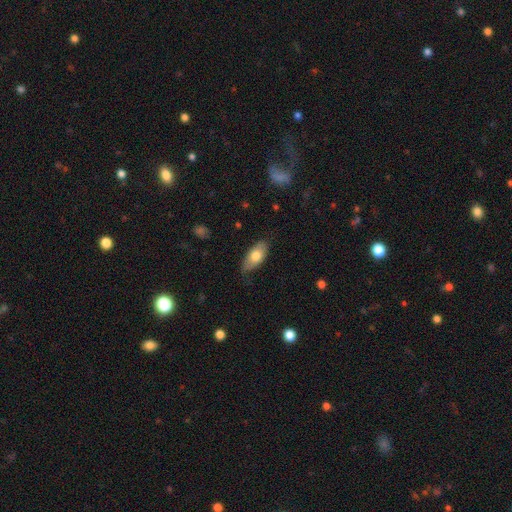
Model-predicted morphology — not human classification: The model was most divided on "smooth or featured": smooth: 73%, featured or disk: 21%, star or artifact: 6%. More confident: how rounded — in between (89%); merging — none (78%).